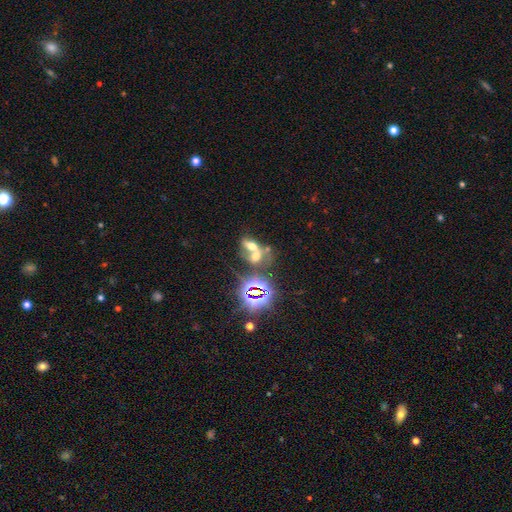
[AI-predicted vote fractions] smooth-or-featured: smooth: 42% | star or artifact: 30% | featured or disk: 28%
  merging: merger: 66% | none: 21% | minor disturbance: 7% | major disturbance: 6%